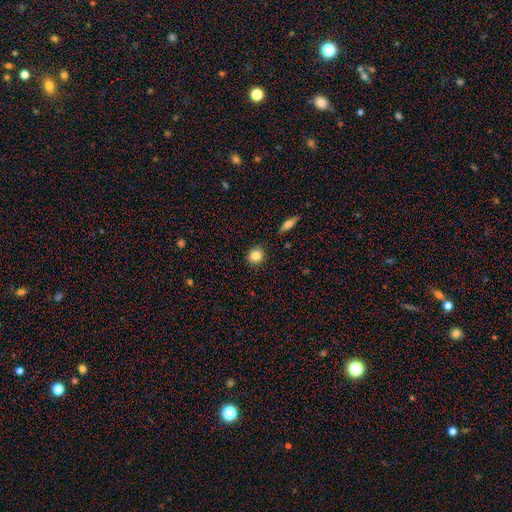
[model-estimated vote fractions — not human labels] A smooth galaxy with no disk features (83%) that is round (84%).

Vote fractions:
- Smooth or featured? smooth: 83% / star or artifact: 9% / featured or disk: 8%
- How rounded? round: 84% / in between: 14% / cigar-shaped: 1%
- Merging? none: 89% / minor disturbance: 7% / major disturbance: 2% / merger: 2%